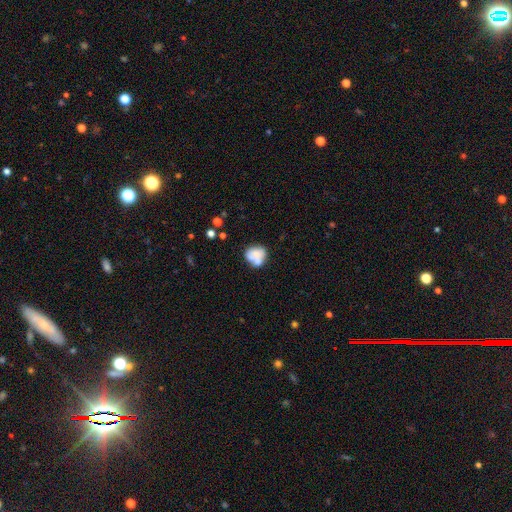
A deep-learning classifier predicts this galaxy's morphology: A smooth galaxy with no disk features (63%) that is round (64%).

Vote fractions:
- Smooth or featured? smooth: 63% / featured or disk: 28% / star or artifact: 9%
- How rounded? round: 64% / in between: 35% / cigar-shaped: 1%
- Merging? none: 37% (tied) / merger: 37% (tied) / minor disturbance: 17% / major disturbance: 8%